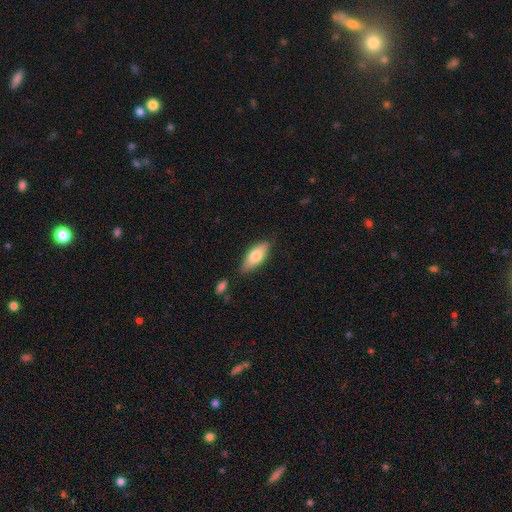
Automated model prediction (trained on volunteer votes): smooth 69%, featured or disk 25%, star or artifact 6%. Down the decision tree: how rounded — in between (70%); merging — none (77%).